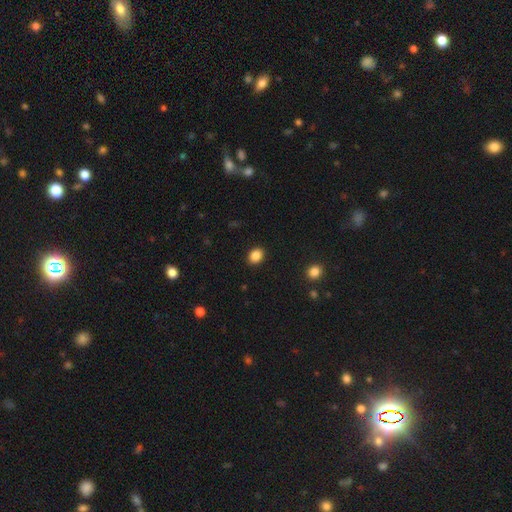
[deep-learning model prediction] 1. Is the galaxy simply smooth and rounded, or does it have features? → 87% smooth, 10% star or artifact, 4% featured or disk.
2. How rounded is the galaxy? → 50% round, 49% in between, 1% cigar-shaped.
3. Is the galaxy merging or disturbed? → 91% none, 6% minor disturbance, 2% major disturbance, 1% merger.